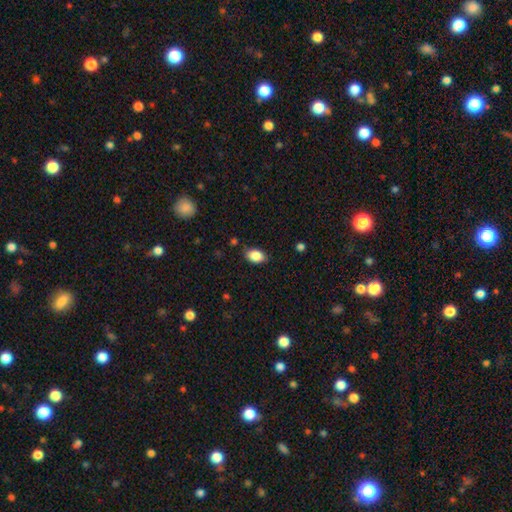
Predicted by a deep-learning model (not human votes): Smooth or featured: smooth — 87% (star or artifact — 8%)
How rounded: in between — 85% (round — 13%)
Merging: none — 83% (minor disturbance — 13%)